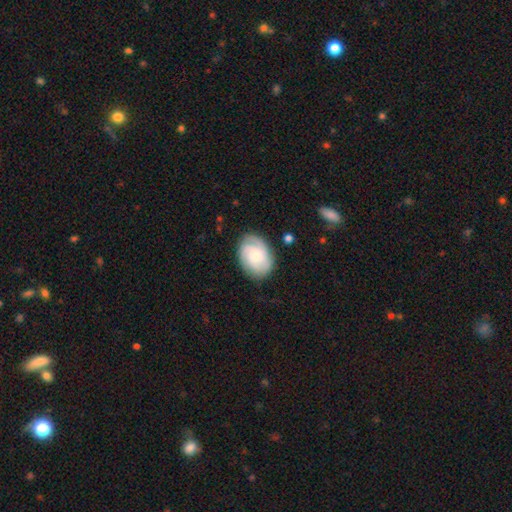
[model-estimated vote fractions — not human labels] Morphology: type=featured or disk (61%); edge-on=no (97%); bar=no (71%); spiral arms=yes (94%); winding=tight (53%); arm count=3 (35%); bulge=small (48%); merging=none (79%).